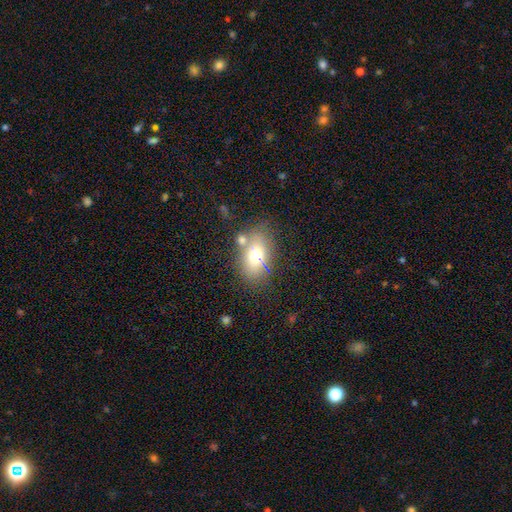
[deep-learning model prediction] Smooth or featured?
  - smooth: 68% *
  - featured or disk: 21%
  - star or artifact: 11%
How rounded?
  - in between: 83% *
  - round: 15%
  - cigar-shaped: 3%
Merging?
  - none: 67% *
  - minor disturbance: 16%
  - merger: 12%
  - major disturbance: 5%